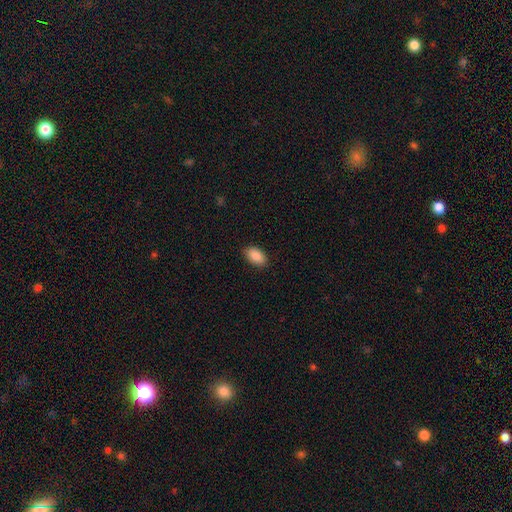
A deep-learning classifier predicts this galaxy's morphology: type=smooth (90%); roundness=in between (94%); merging=none (88%).